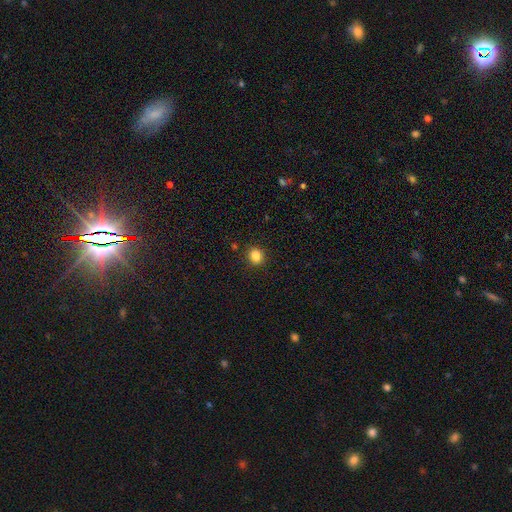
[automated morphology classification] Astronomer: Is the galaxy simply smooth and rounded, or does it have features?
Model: smooth — 84%.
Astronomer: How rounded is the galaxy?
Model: round — 64%.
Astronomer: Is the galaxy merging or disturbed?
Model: none — 89%.